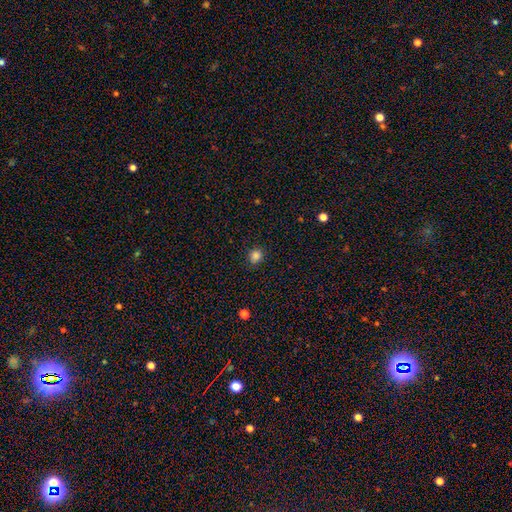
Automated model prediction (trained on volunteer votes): Overall: smooth (82%). How rounded: round (76%). Merging: none (84%).